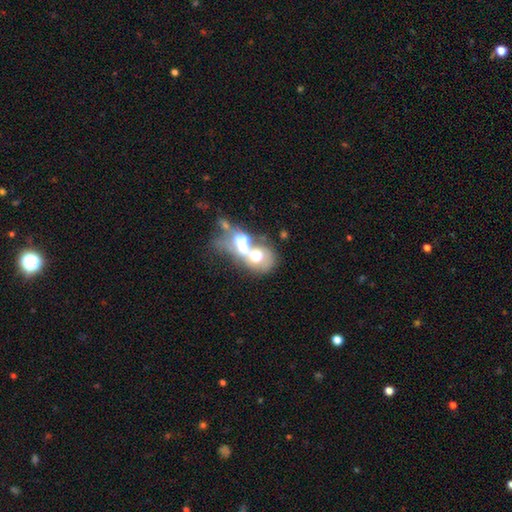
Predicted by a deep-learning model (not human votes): This is possibly a featured or disk galaxy (47%). Merging: likely merger (64%).